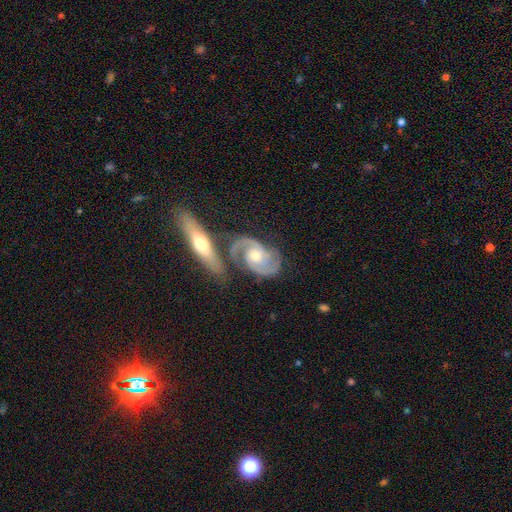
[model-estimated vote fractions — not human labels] Smooth or featured: featured or disk — 90% (smooth — 7%)
Edge-on disk: no — 95% (yes — 5%)
Bar: no — 59% (weak — 33%)
Spiral arms: yes — 97% (no — 3%)
Spiral winding: medium — 49% (tight — 43%)
Spiral arm count: 2 — 90% (3 — 4%)
Bulge size: moderate — 71% (small — 19%)
Merging: none — 58% (merger — 20%)